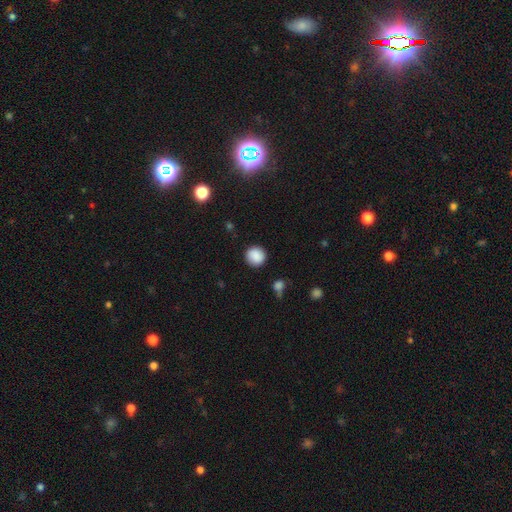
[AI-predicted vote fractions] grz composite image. It shows a smooth galaxy with no disk features (88%) that is round (93%). Merging: none (89%).